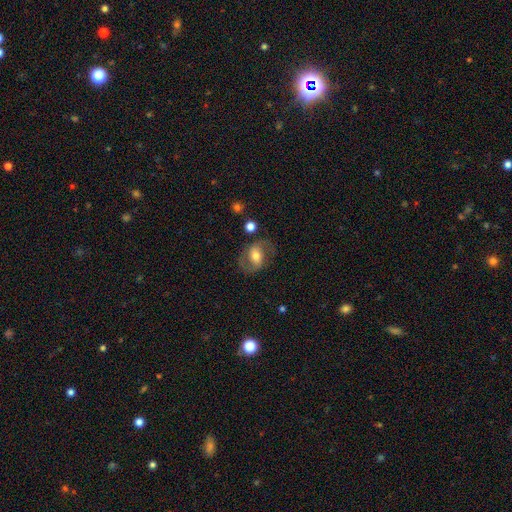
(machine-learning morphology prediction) type=featured or disk (61%); edge-on=no (96%); bar=weak (40%); spiral arms=yes (80%); bulge=moderate (64%); merging=none (72%).